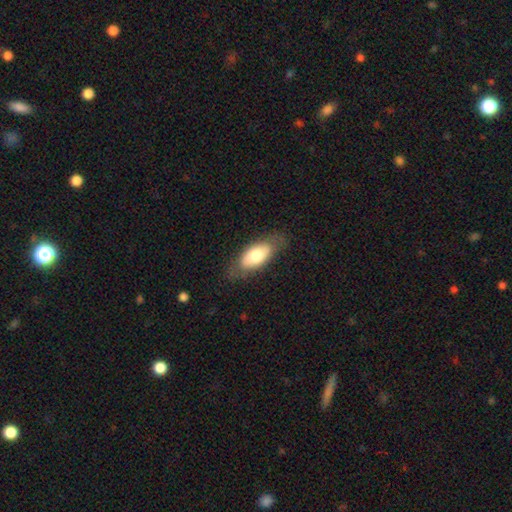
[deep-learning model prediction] Morphology: type=smooth (69%); roundness=in between (88%); merging=none (75%).